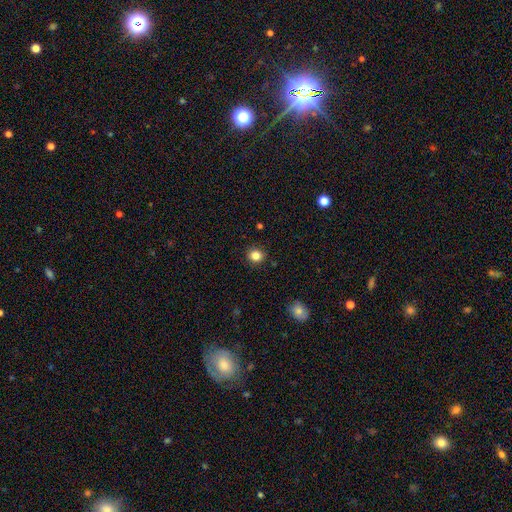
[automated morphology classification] smooth-or-featured: smooth: 84% | star or artifact: 12% | featured or disk: 4%
  how-rounded: round: 84% | in between: 15% | cigar-shaped: 1%
  merging: none: 90% | minor disturbance: 7% | major disturbance: 2% | merger: 1%